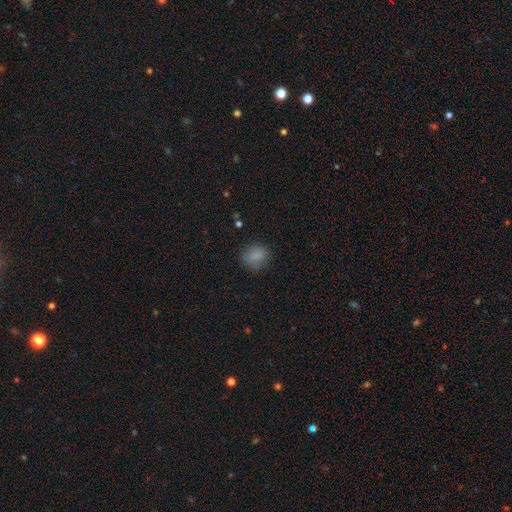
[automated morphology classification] smooth-or-featured: smooth: 85% | star or artifact: 10% | featured or disk: 5%
  how-rounded: round: 74% | in between: 25% | cigar-shaped: 1%
  merging: none: 81% | minor disturbance: 14% | major disturbance: 4% | merger: 1%